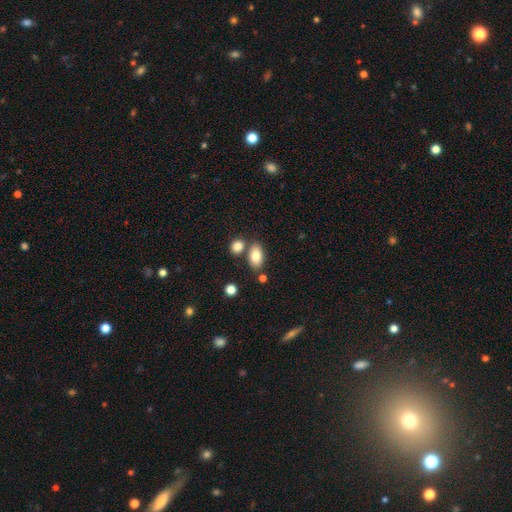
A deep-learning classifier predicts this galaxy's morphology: This appears to be a smooth galaxy with no disk features (84%) that is in between round and cigar-shaped (89%). Merging: none (66%).